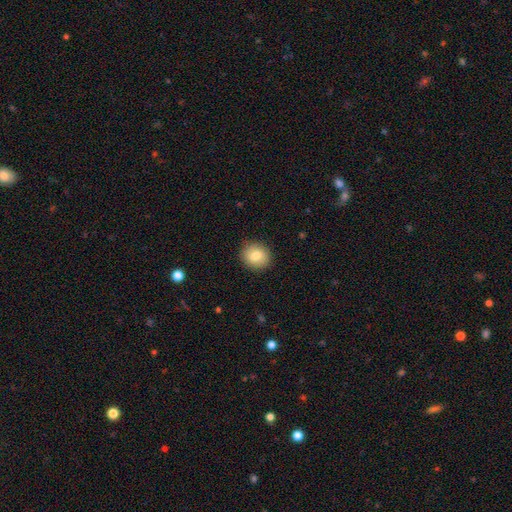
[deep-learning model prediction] smooth-or-featured: smooth: 81% | featured or disk: 10% | star or artifact: 8%
  how-rounded: round: 83% | in between: 16% | cigar-shaped: 1%
  merging: none: 89% | minor disturbance: 7% | major disturbance: 2% | merger: 1%